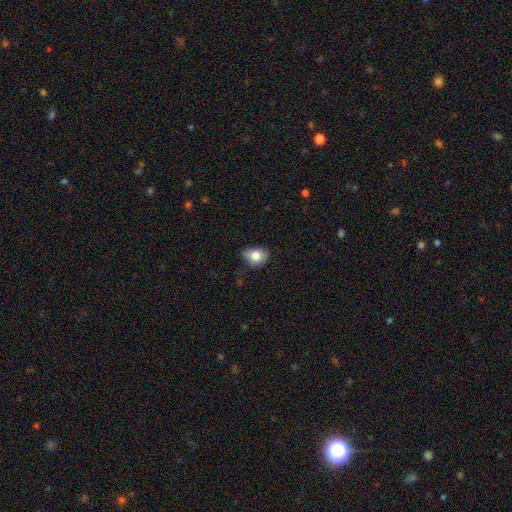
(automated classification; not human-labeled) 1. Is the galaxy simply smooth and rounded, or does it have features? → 79% smooth, 12% featured or disk, 9% star or artifact.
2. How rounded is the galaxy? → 65% in between, 34% round, 1% cigar-shaped.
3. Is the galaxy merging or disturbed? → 58% none, 33% minor disturbance, 8% major disturbance, 2% merger.